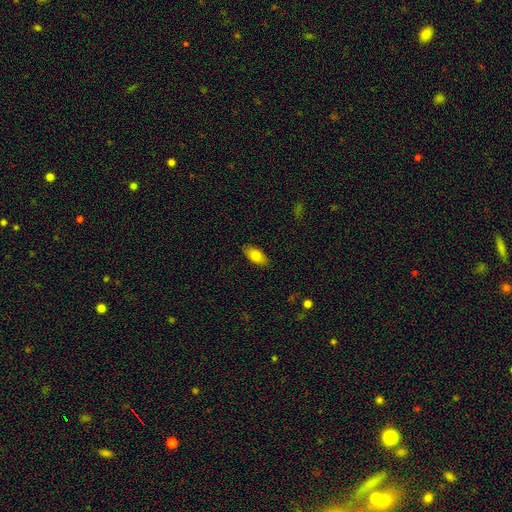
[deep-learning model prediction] The model was most divided on "smooth or featured": smooth: 79%, featured or disk: 15%, star or artifact: 7%. More confident: how rounded — in between (90%); merging — none (88%).